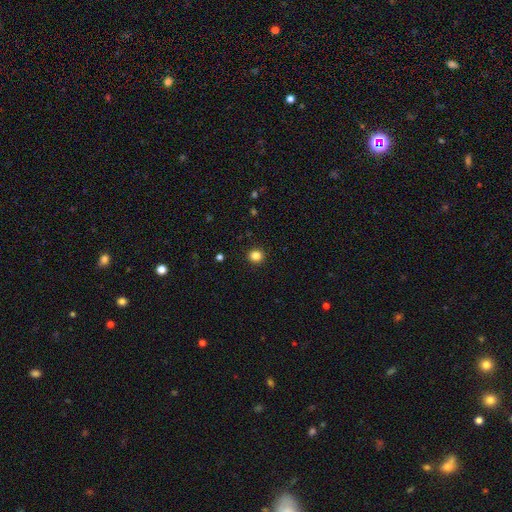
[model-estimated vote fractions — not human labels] Smooth or featured?
  - smooth: 84% *
  - star or artifact: 12%
  - featured or disk: 4%
How rounded?
  - round: 92% *
  - in between: 7%
  - cigar-shaped: 1%
Merging?
  - none: 93% *
  - minor disturbance: 5%
  - major disturbance: 2%
  - merger: 1%